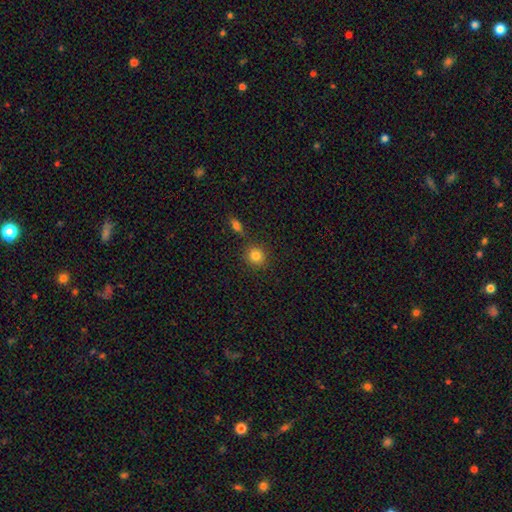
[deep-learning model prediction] Smooth or featured: smooth — 83% (star or artifact — 11%)
How rounded: round — 88% (in between — 11%)
Merging: none — 83% (minor disturbance — 8%)